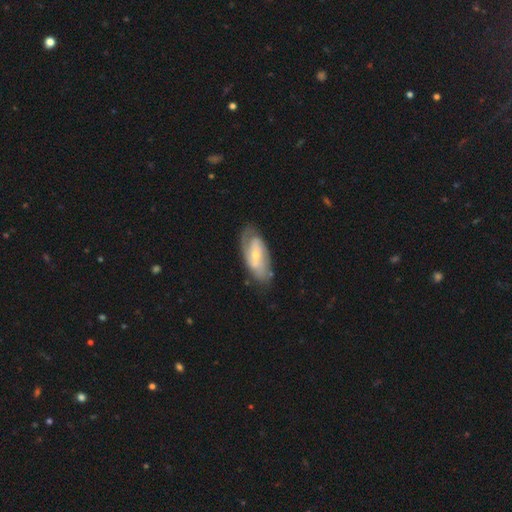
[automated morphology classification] Q: Smooth or featured?
A: featured or disk (71%); runner-up: smooth (24%)
Q: Edge-on disk?
A: no (91%); runner-up: yes (9%)
Q: Bar?
A: no (40%); runner-up: weak (39%)
Q: Spiral arms?
A: yes (84%); runner-up: no (16%)
Q: Spiral winding?
A: medium (41%); runner-up: tight (38%)
Q: Spiral arm count?
A: 2 (62%); runner-up: can't tell (23%)
Q: Bulge size?
A: small (63%); runner-up: moderate (33%)
Q: Merging?
A: none (69%); runner-up: minor disturbance (21%)